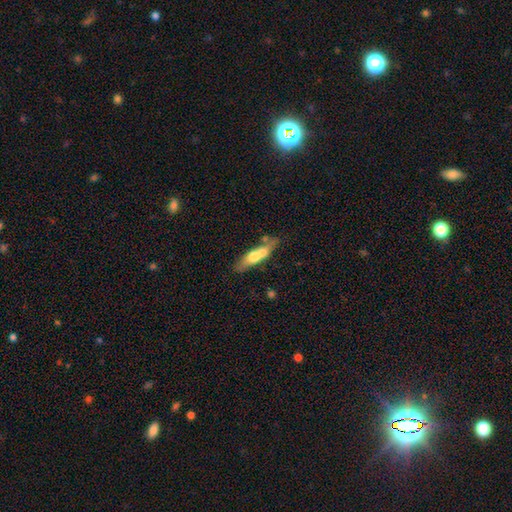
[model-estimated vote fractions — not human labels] The model was most divided on "smooth or featured": smooth: 52%, featured or disk: 42%, star or artifact: 6%. Remaining: how rounded — cigar-shaped (65%); merging — none (48%).